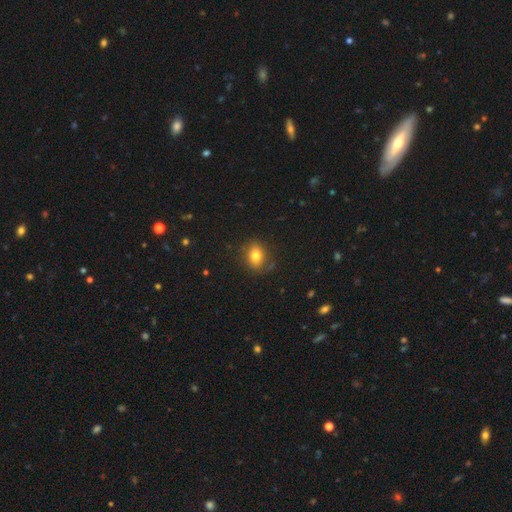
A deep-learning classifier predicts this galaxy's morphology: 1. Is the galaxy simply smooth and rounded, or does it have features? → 79% smooth, 11% star or artifact, 10% featured or disk.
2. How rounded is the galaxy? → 54% in between, 44% round, 1% cigar-shaped.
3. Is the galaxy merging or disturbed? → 81% none, 13% minor disturbance, 4% major disturbance, 2% merger.